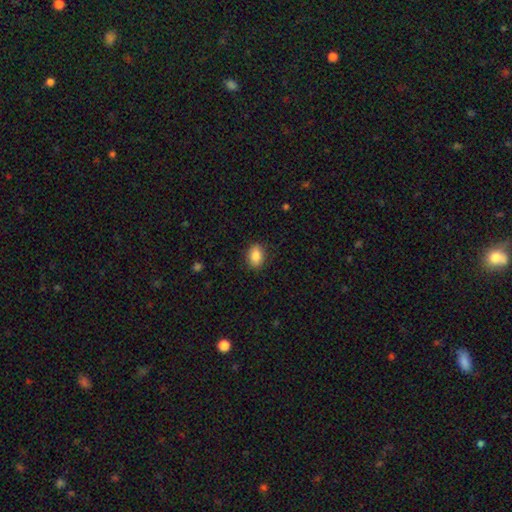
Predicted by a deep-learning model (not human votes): A smooth galaxy with no disk features (86%) that is in between round and cigar-shaped (76%).

Vote fractions:
- Smooth or featured? smooth: 86% / star or artifact: 8% / featured or disk: 6%
- How rounded? in between: 76% / round: 22% / cigar-shaped: 1%
- Merging? none: 86% / minor disturbance: 10% / major disturbance: 3% / merger: 1%